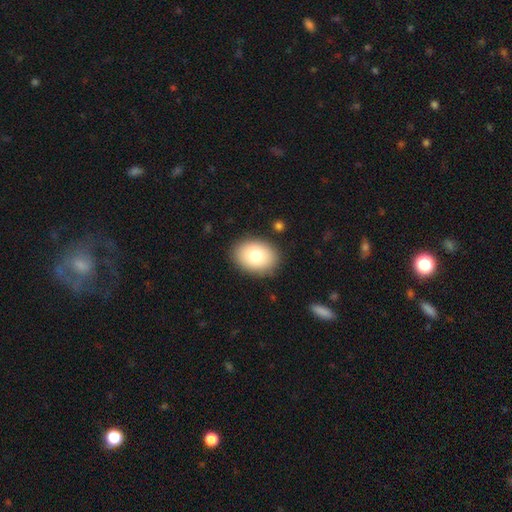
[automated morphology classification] Smooth or featured? Predicted: smooth (p=0.79). How rounded? Predicted: in between (p=0.72). Merging? Predicted: none (p=0.88).